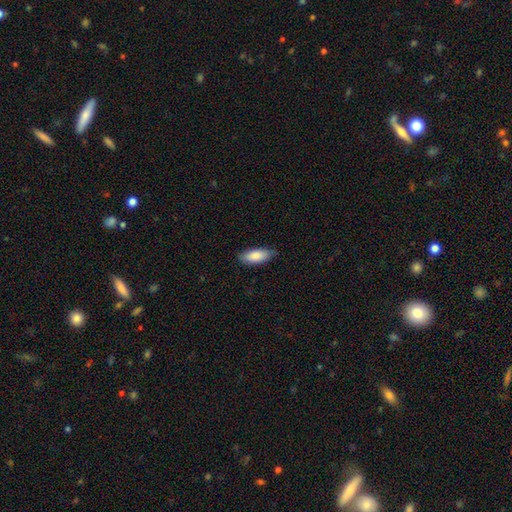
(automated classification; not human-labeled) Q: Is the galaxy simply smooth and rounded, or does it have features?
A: smooth — 85%.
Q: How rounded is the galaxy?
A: in between — 80%.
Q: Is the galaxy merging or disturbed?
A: none — 76%.